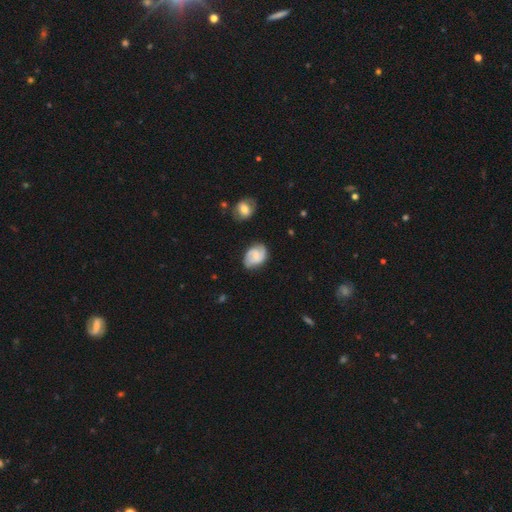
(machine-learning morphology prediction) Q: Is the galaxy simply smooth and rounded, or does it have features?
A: featured or disk — 62%.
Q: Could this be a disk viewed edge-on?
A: no — 97%.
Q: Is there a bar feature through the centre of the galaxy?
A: no — 50%.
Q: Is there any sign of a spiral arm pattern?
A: yes — 91%.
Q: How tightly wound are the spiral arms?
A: medium — 45%.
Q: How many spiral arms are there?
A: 2 — 77%.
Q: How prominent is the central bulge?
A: small — 51%.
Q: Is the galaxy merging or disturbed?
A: none — 71%.